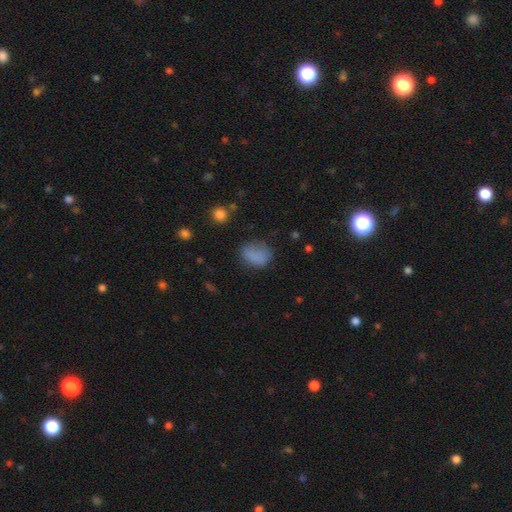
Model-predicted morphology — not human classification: smooth_or_featured: smooth (p=0.82) [alt: star or artifact p=0.12]
how_rounded: in between (p=0.71) [alt: round p=0.27]
merging: none (p=0.62) [alt: minor disturbance p=0.25]